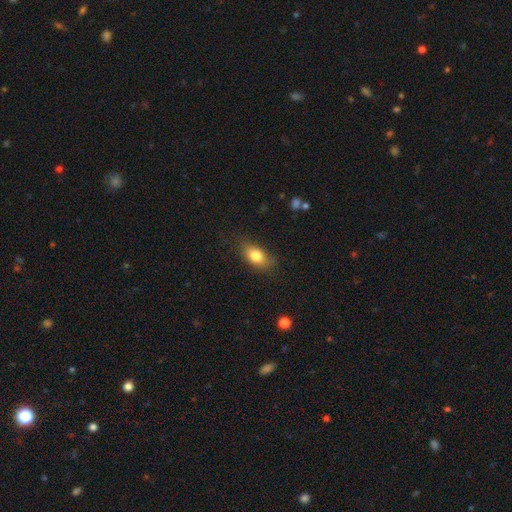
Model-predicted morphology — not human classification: Smooth or featured? smooth (80%)
How rounded? in between (84%)
Merging? none (75%)